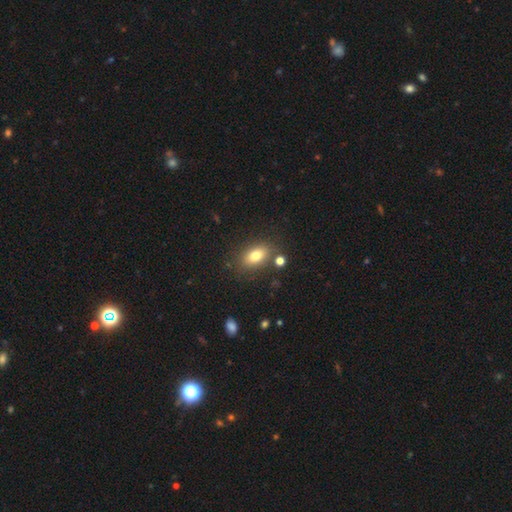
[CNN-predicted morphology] Smooth or featured? smooth (79%)
How rounded? in between (84%)
Merging? none (78%)